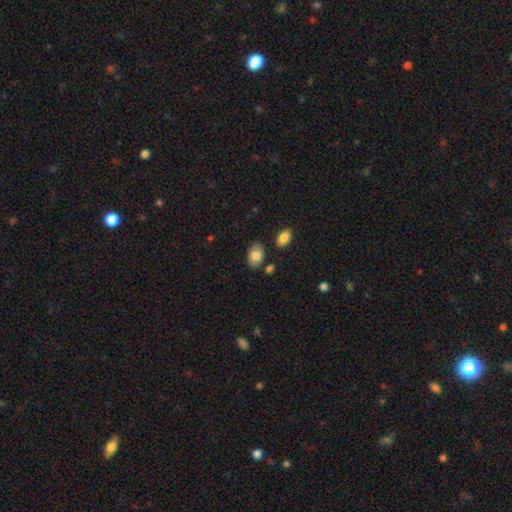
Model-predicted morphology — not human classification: type=smooth (83%); roundness=in between (84%); merging=none (80%).